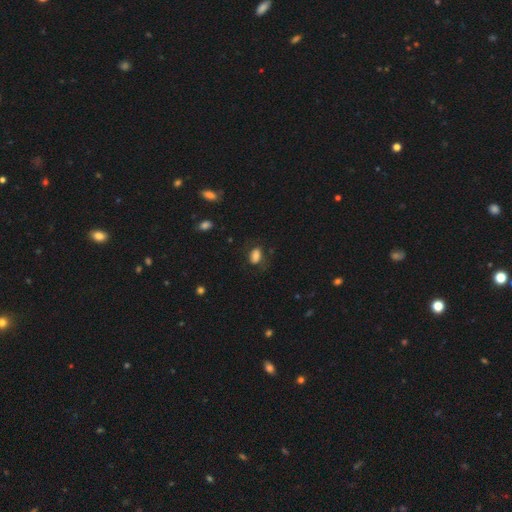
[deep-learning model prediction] Q: Smooth or featured?
A: smooth (76%); runner-up: featured or disk (14%)
Q: How rounded?
A: in between (86%); runner-up: round (11%)
Q: Merging?
A: none (64%); runner-up: minor disturbance (21%)